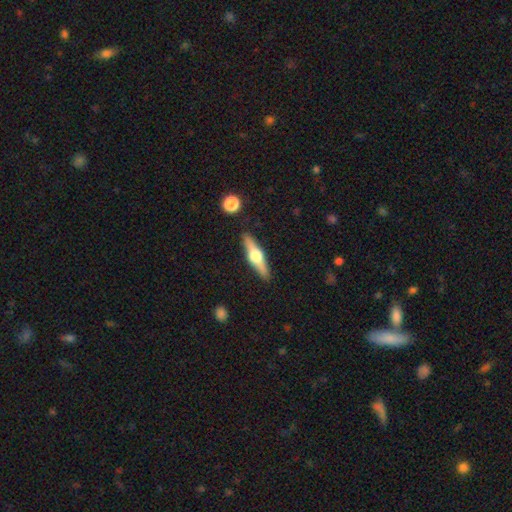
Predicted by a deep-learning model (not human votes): A featured or disk galaxy (66%) viewed edge-on (96%) with a rounded central bulge (95%). Merging: none (89%).